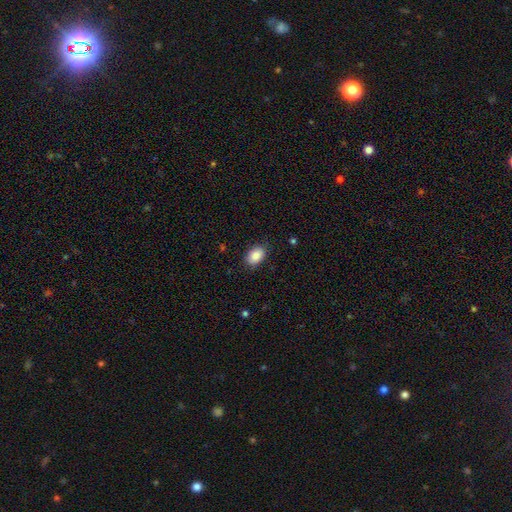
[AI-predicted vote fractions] A smooth galaxy with no disk features (88%) that is in between round and cigar-shaped (86%). Merging: none (86%).